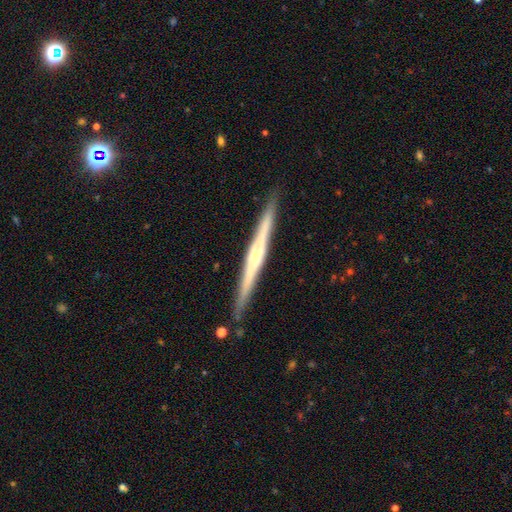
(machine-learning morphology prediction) Smooth or featured? featured or disk (72%)
Edge-on disk? yes (98%)
Edge-on bulge? rounded (41%)
Merging? none (90%)